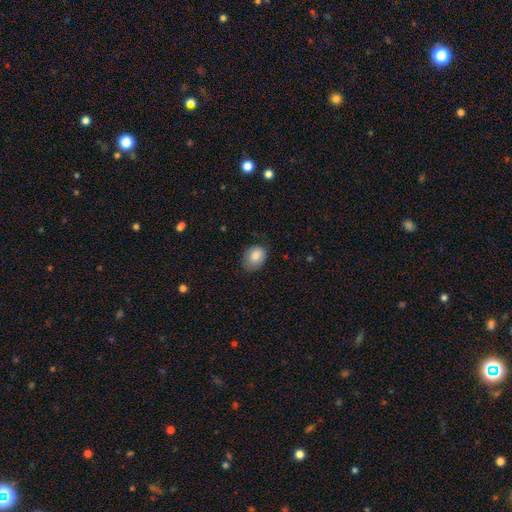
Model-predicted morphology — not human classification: Smooth or featured: smooth — 85% (featured or disk — 8%)
How rounded: in between — 67% (round — 32%)
Merging: none — 68% (minor disturbance — 25%)